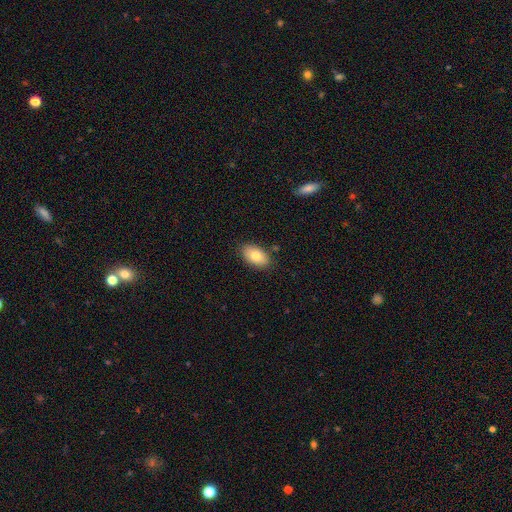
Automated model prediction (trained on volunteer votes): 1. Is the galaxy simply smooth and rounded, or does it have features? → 78% smooth, 15% featured or disk, 7% star or artifact.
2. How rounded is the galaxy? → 92% in between, 6% round, 2% cigar-shaped.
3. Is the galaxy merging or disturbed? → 84% none, 12% minor disturbance, 2% major disturbance, 2% merger.